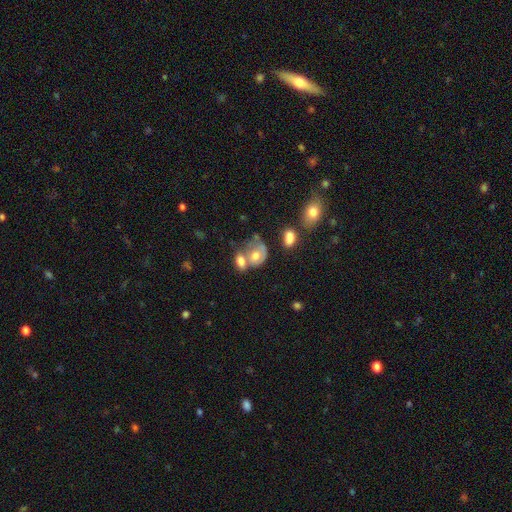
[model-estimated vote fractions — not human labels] A smooth galaxy with no disk features (58%) that is in between round and cigar-shaped (66%).

Vote fractions:
- Smooth or featured? smooth: 58% / featured or disk: 34% / star or artifact: 8%
- How rounded? in between: 66% / round: 32% / cigar-shaped: 2%
- Merging? merger: 52% / none: 21% / minor disturbance: 14% / major disturbance: 13%